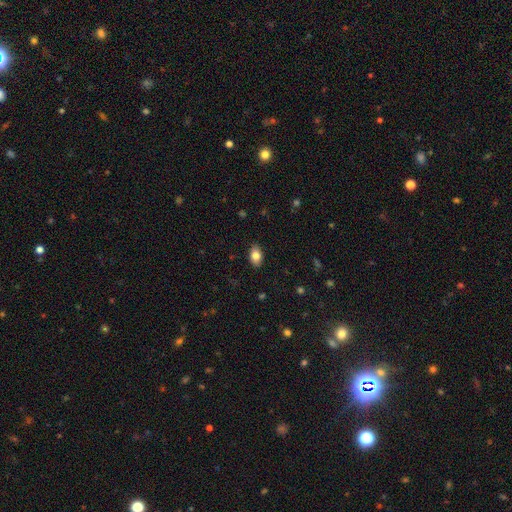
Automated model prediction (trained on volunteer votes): A smooth galaxy with no disk features (81%) that is in between round and cigar-shaped (89%). Merging: none (88%).